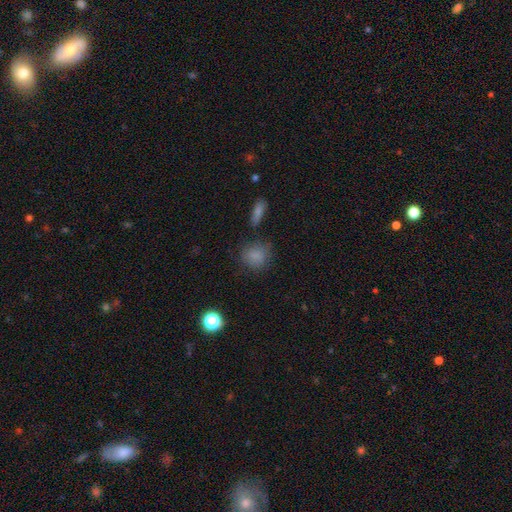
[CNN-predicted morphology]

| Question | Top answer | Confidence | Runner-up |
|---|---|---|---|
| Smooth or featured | smooth | 82% | star or artifact (11%) |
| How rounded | round | 75% | in between (23%) |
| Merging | none | 71% | minor disturbance (18%) |